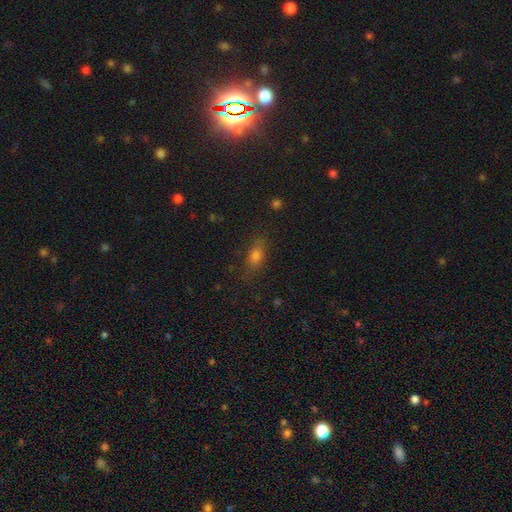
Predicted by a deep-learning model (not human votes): smooth_or_featured: smooth (p=0.70) [alt: star or artifact p=0.16]
how_rounded: in between (p=0.69) [alt: cigar-shaped p=0.16]
merging: none (p=0.78) [alt: minor disturbance p=0.15]